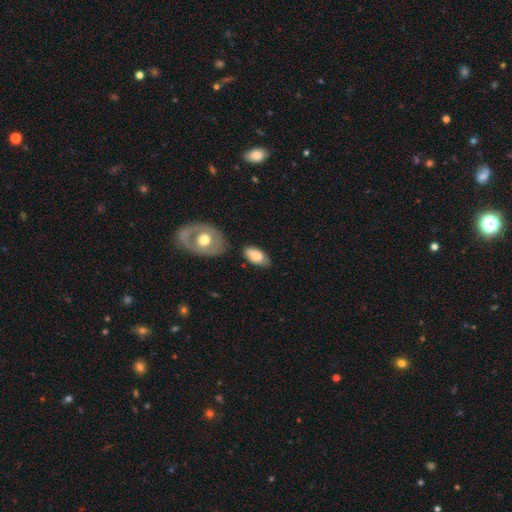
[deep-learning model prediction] Morphology: type=smooth (78%); roundness=in between (93%); merging=none (65%).